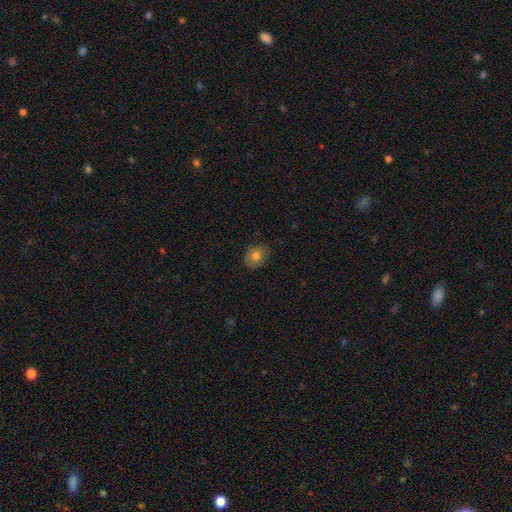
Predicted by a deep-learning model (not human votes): Smooth or featured?
  - smooth: 77% *
  - featured or disk: 13%
  - star or artifact: 10%
How rounded?
  - in between: 52% *
  - round: 47%
  - cigar-shaped: 1%
Merging?
  - none: 81% *
  - minor disturbance: 15%
  - major disturbance: 3%
  - merger: 1%